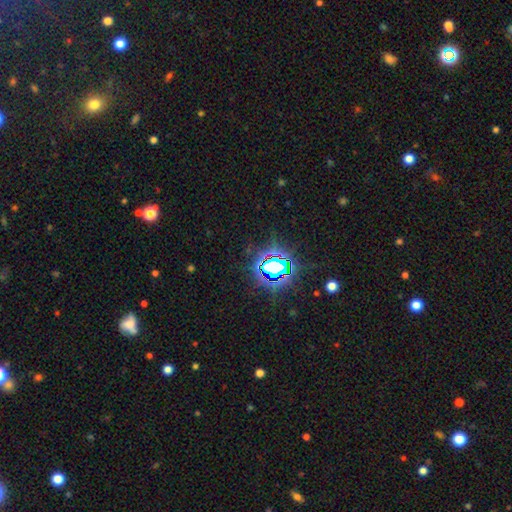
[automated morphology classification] A star or artifact, not a galaxy (82%).

Vote fractions:
- Smooth or featured? star or artifact: 82% / smooth: 11% / featured or disk: 7%